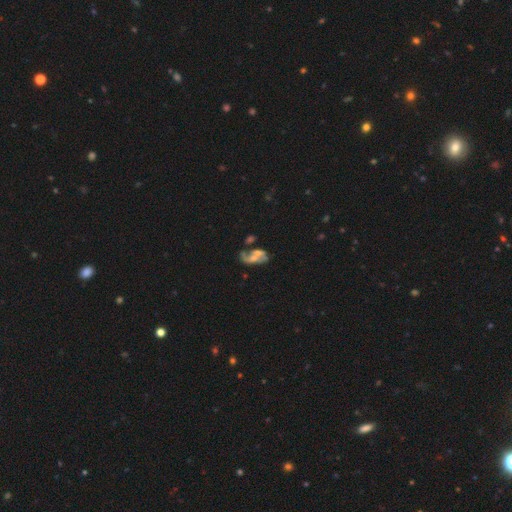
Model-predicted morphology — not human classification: Smooth or featured? featured or disk (65%)
Edge-on disk? no (96%)
Bar? no (68%)
Spiral arms? yes (60%)
Bulge size? small (36%)
Merging? merger (36%)